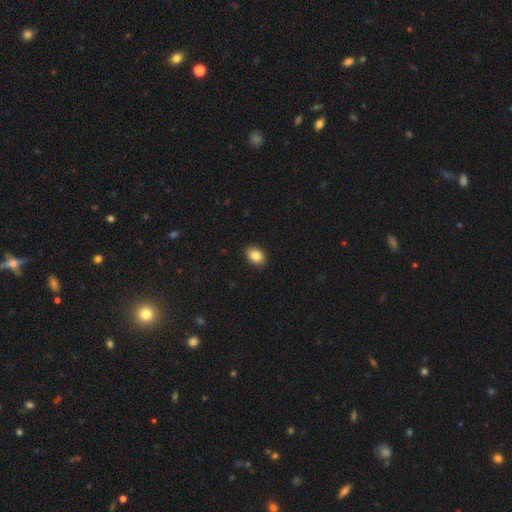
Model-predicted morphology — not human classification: A smooth galaxy with no disk features (87%) that is in between round and cigar-shaped (75%).

Vote fractions:
- Smooth or featured? smooth: 87% / star or artifact: 8% / featured or disk: 5%
- How rounded? in between: 75% / round: 24% / cigar-shaped: 1%
- Merging? none: 90% / minor disturbance: 7% / major disturbance: 2% / merger: 1%